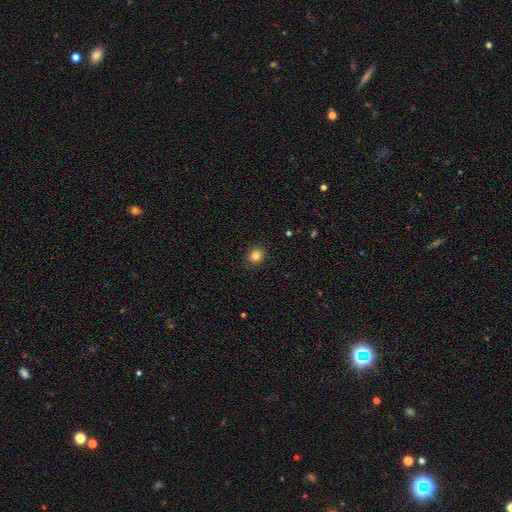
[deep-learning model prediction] This appears to be a smooth galaxy with no disk features (83%) that is round (80%). Merging: none (91%).